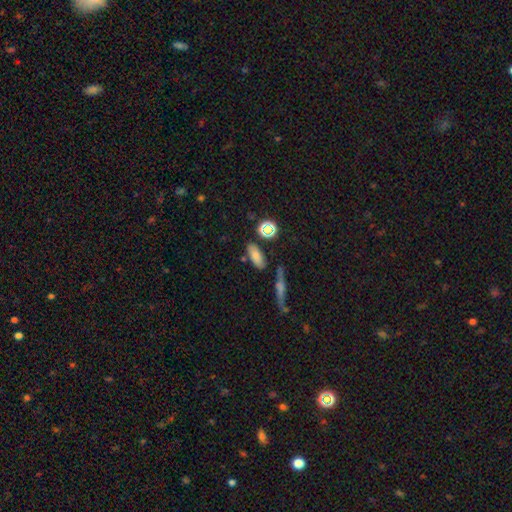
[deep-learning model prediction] The model was most divided on "merging": none: 72%, minor disturbance: 14%, merger: 9%, major disturbance: 5%. More confident: how rounded — in between (81%); smooth or featured — smooth (73%).